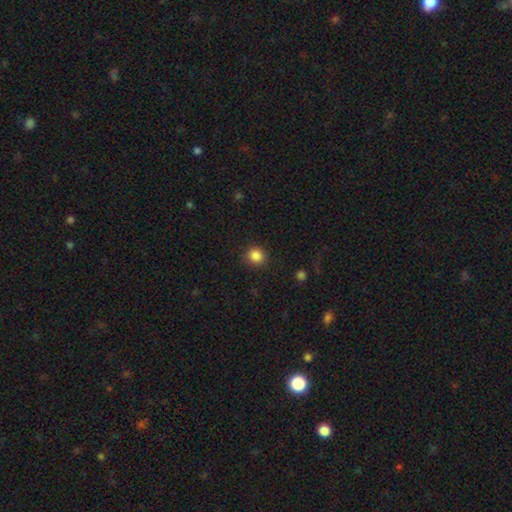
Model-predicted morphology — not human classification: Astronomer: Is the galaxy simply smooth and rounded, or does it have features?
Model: smooth — 86%.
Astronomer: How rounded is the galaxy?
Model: round — 89%.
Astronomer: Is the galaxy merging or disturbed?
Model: none — 88%.